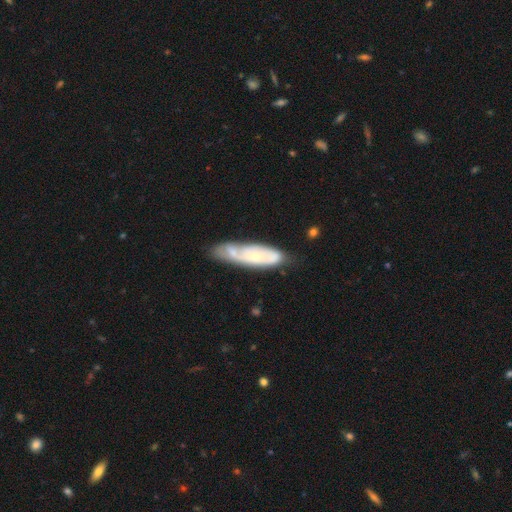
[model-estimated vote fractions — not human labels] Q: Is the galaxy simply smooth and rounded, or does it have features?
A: featured or disk — 55%.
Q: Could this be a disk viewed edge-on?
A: no — 79%.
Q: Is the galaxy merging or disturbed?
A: none — 58%.